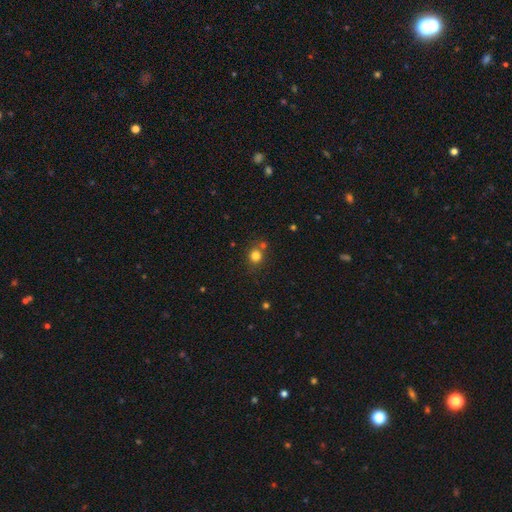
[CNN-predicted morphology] smooth 79%, star or artifact 14%, featured or disk 7%. Down the decision tree: how rounded — round (85%); merging — none (70%).